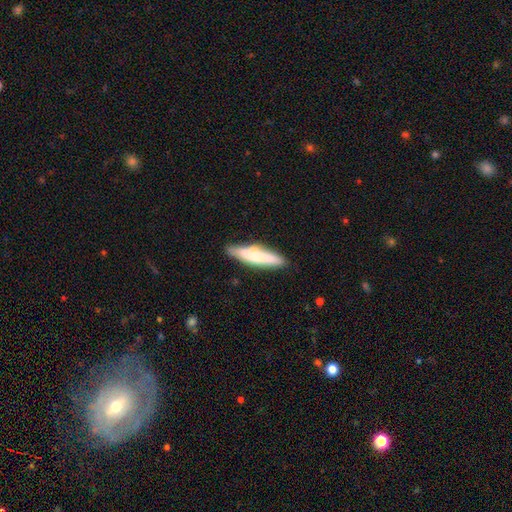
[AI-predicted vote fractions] smooth 67%, featured or disk 27%, star or artifact 6%. Down the decision tree: how rounded — cigar-shaped (81%); merging — none (77%).